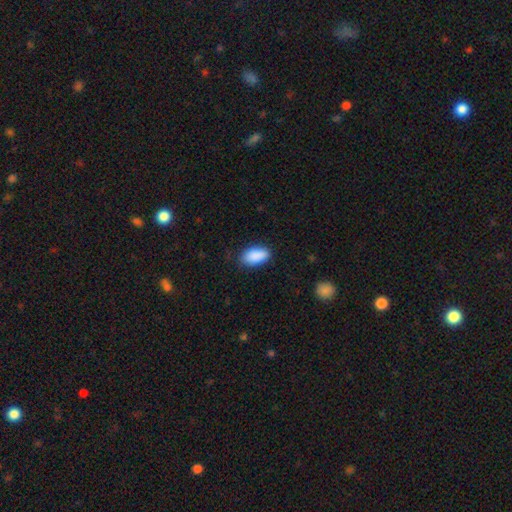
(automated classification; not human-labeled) Smooth or featured? smooth (90%)
How rounded? in between (93%)
Merging? none (81%)